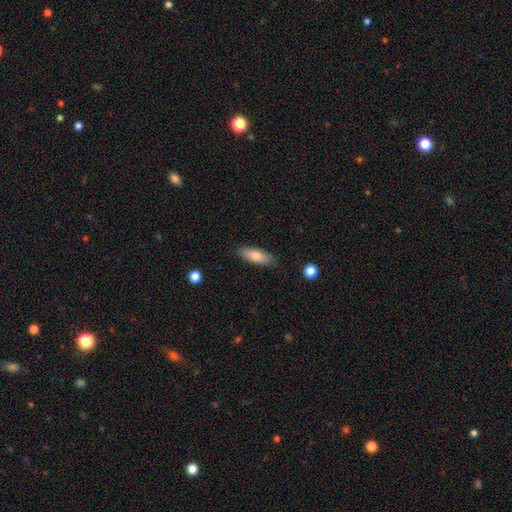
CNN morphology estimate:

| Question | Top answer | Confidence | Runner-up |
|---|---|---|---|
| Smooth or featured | smooth | 77% | featured or disk (16%) |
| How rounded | in between | 67% | cigar-shaped (31%) |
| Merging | none | 86% | minor disturbance (11%) |